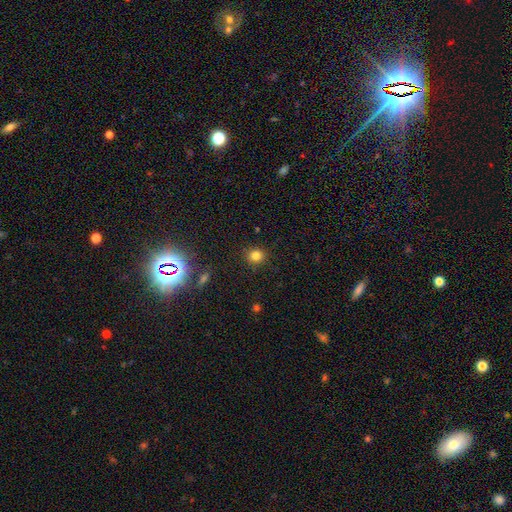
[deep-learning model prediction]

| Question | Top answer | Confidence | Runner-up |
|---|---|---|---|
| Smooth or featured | smooth | 80% | star or artifact (15%) |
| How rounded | round | 88% | in between (11%) |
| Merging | none | 89% | minor disturbance (7%) |